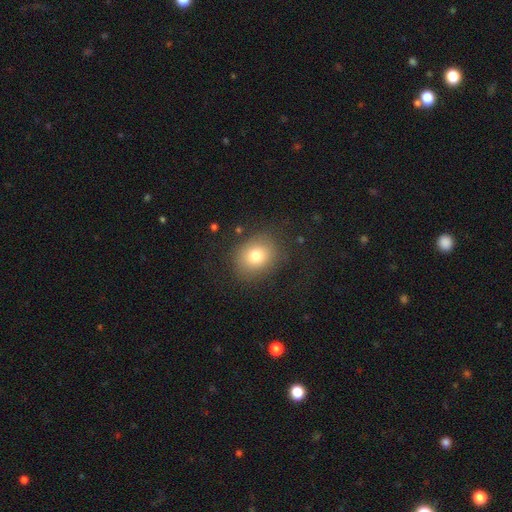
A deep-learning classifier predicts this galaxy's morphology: Overall: smooth (77%). How rounded: round (58%; in between 42%). Merging: none (80%).